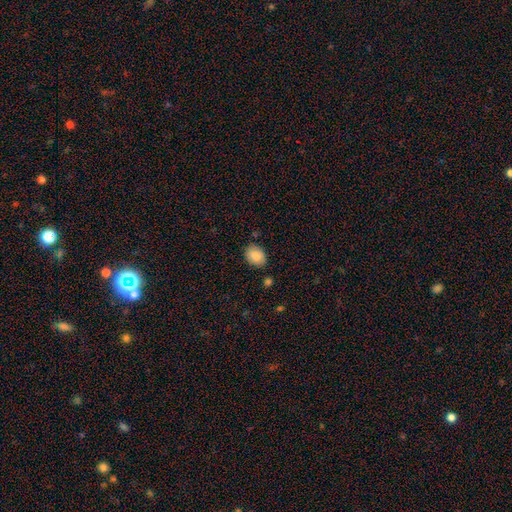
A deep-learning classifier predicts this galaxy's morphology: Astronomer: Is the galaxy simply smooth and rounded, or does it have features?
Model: smooth — 89%.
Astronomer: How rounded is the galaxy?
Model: in between — 65%.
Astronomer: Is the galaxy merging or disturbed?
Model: none — 81%.